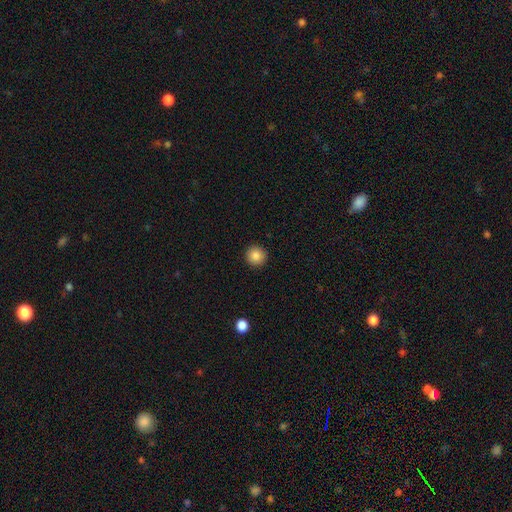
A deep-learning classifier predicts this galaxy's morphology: This appears to be a smooth galaxy with no disk features (87%) that is round (94%). Merging: none (93%).